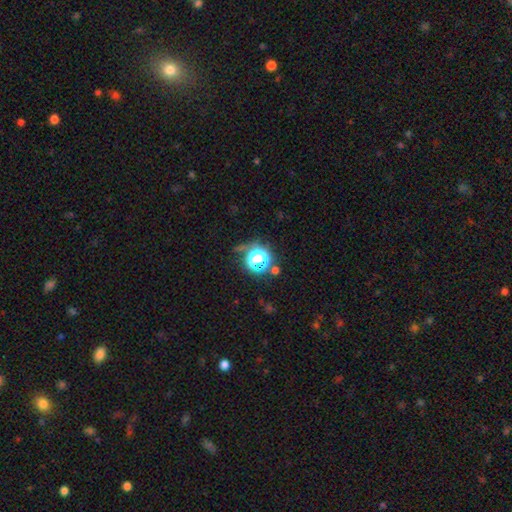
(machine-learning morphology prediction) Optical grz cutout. It shows a star or artifact, not a galaxy (50%).